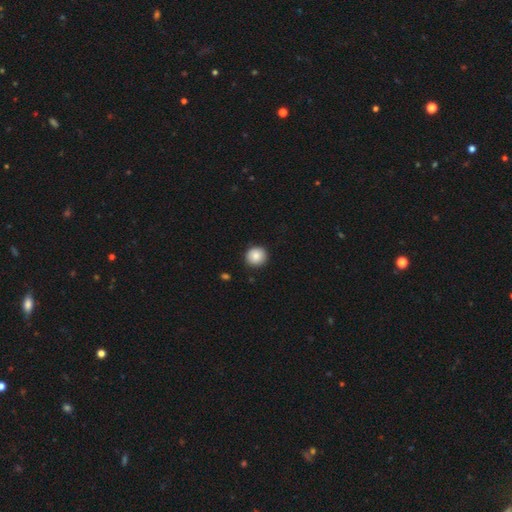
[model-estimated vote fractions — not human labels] Morphology: type=smooth (87%); roundness=round (92%); merging=none (90%).